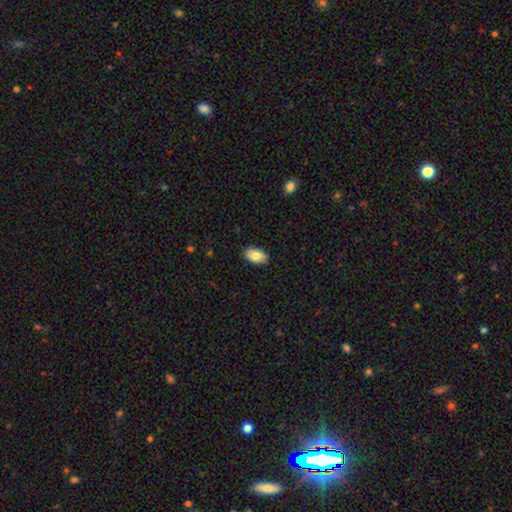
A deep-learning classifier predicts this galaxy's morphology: This appears to be a smooth galaxy with no disk features (80%) that is in between round and cigar-shaped (94%). Merging: none (88%).